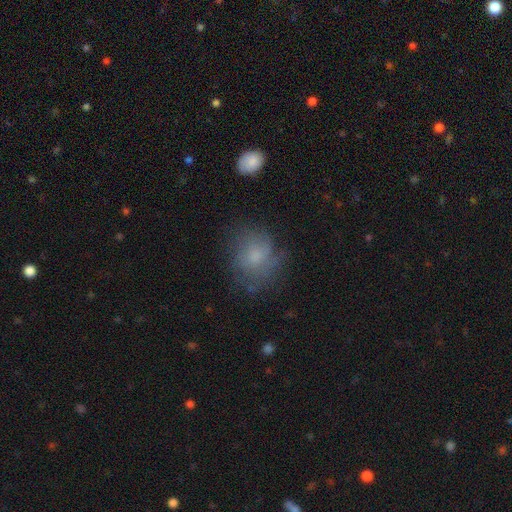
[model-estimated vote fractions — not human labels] Q: Smooth or featured?
A: smooth (63%); runner-up: featured or disk (26%)
Q: How rounded?
A: round (66%); runner-up: in between (33%)
Q: Merging?
A: none (58%); runner-up: minor disturbance (24%)